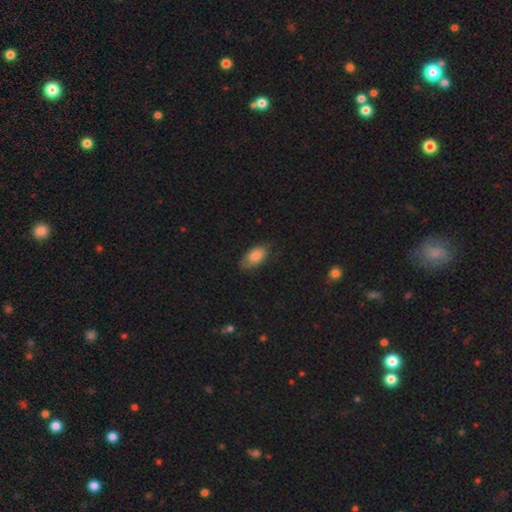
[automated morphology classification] Smooth or featured? Predicted: smooth (p=0.80). How rounded? Predicted: in between (p=0.91). Merging? Predicted: none (p=0.70).